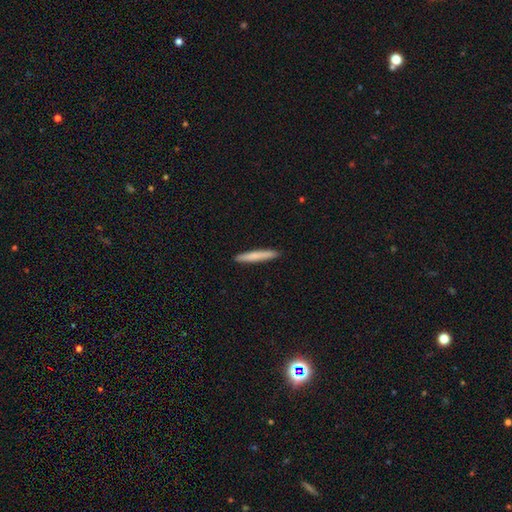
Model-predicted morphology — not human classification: smooth-or-featured: smooth: 77% | featured or disk: 18% | star or artifact: 5%
  how-rounded: cigar-shaped: 96% | in between: 3% | round: 1%
  merging: none: 93% | minor disturbance: 5% | major disturbance: 1% | merger: 1%